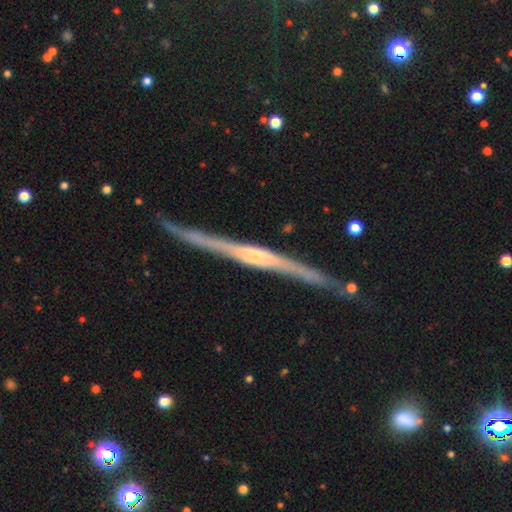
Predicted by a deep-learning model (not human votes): This appears to be a featured or disk galaxy (85%) viewed edge-on (98%) with a rounded central bulge (63%). Merging: none (86%).